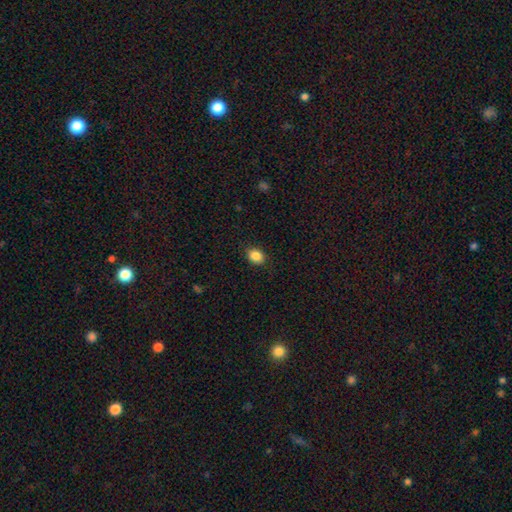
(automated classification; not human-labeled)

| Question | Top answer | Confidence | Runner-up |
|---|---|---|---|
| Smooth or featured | smooth | 86% | star or artifact (9%) |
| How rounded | in between | 57% | round (42%) |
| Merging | none | 88% | minor disturbance (9%) |